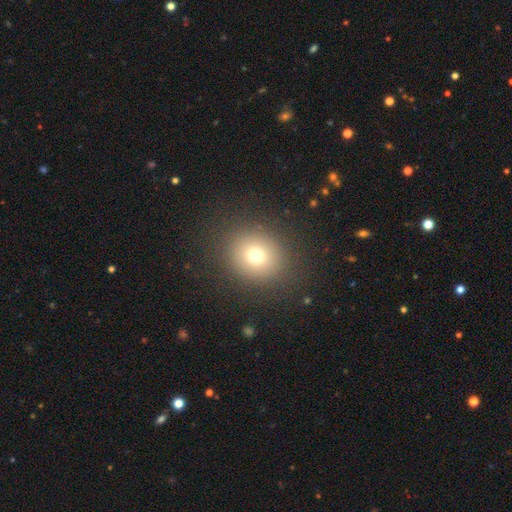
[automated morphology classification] Smooth or featured?
  - smooth: 73% *
  - star or artifact: 16%
  - featured or disk: 11%
How rounded?
  - round: 79% *
  - in between: 20%
  - cigar-shaped: 1%
Merging?
  - none: 87% *
  - minor disturbance: 7%
  - major disturbance: 4%
  - merger: 1%